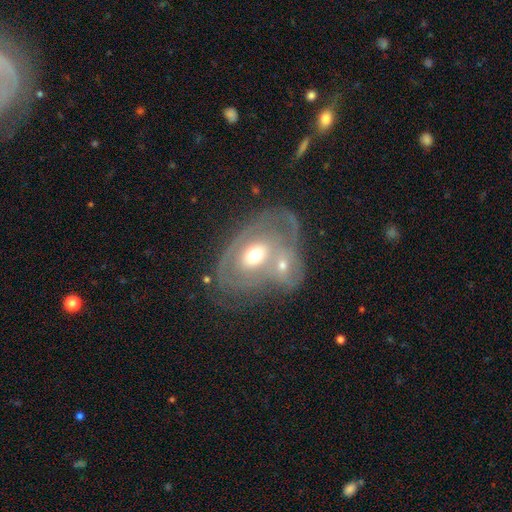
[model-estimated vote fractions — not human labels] Smooth or featured?
  - featured or disk: 67% *
  - smooth: 26%
  - star or artifact: 7%
Edge-on disk?
  - no: 93% *
  - yes: 7%
Bar?
  - no: 78% *
  - weak: 17%
  - strong: 5%
Spiral arms?
  - no: 53% *
  - yes: 47%
Bulge size?
  - moderate: 68% *
  - small: 22%
  - large: 7%
  - none: 1%
  - dominant: 1%
Merging?
  - merger: 58% *
  - none: 20%
  - major disturbance: 11%
  - minor disturbance: 11%